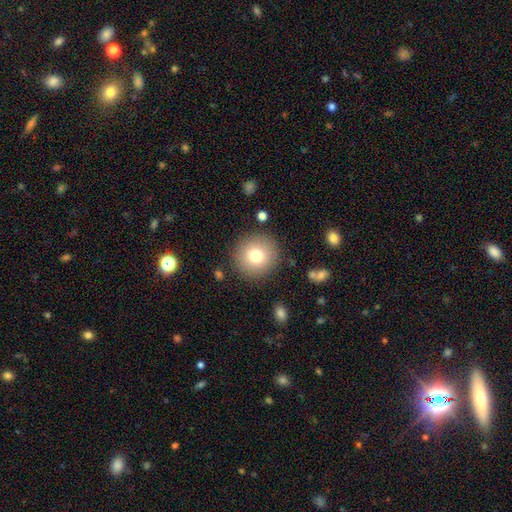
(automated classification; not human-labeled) A smooth galaxy with no disk features (76%) that is round (94%). Merging: none (88%).